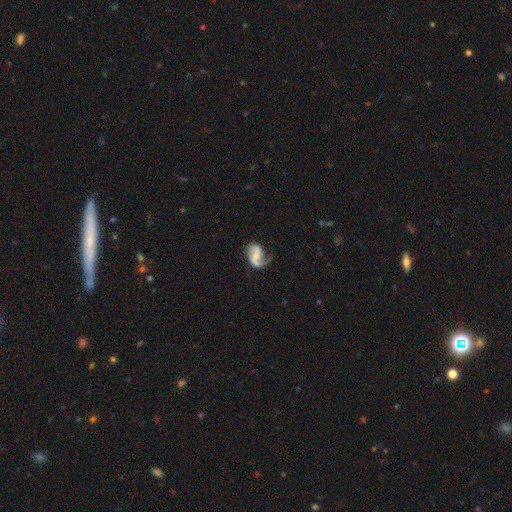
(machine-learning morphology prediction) featured or disk 82%, smooth 12%, star or artifact 6%. Down the decision tree: edge-on disk — no (98%); bar — weak (42%); spiral arms — yes (95%); spiral arm count — 2 (75%); spiral winding — loose (57%); bulge size — none (44%); merging — none (57%).